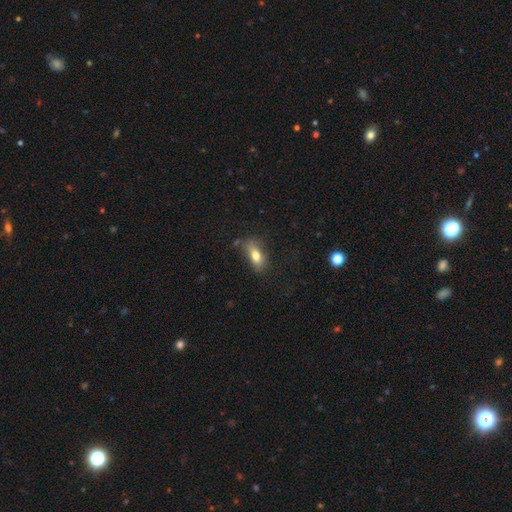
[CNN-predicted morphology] smooth_or_featured: smooth (p=0.75) [alt: featured or disk p=0.16]
how_rounded: in between (p=0.83) [alt: cigar-shaped p=0.11]
merging: none (p=0.61) [alt: minor disturbance p=0.25]